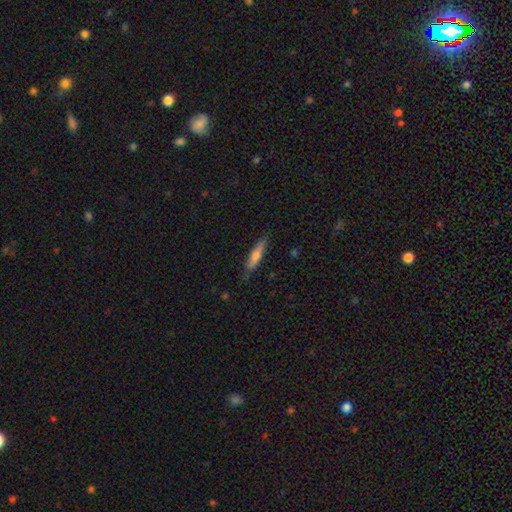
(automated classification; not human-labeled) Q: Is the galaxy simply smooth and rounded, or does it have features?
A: smooth — 68%.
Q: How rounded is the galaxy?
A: cigar-shaped — 82%.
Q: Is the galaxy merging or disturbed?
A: none — 80%.